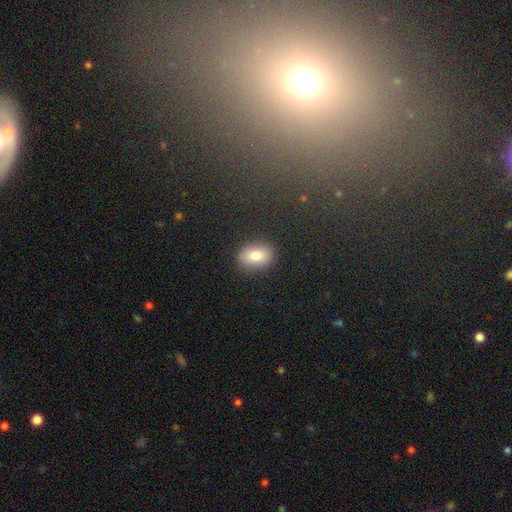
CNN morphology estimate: smooth 82%, featured or disk 9%, star or artifact 9%. Down the decision tree: how rounded — in between (78%); merging — none (87%).